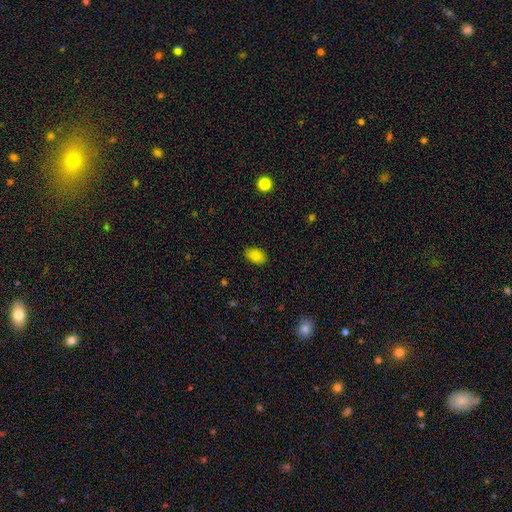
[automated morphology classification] This is clearly a smooth galaxy (87%). How rounded: clearly in between (88%). Merging: clearly none (85%).